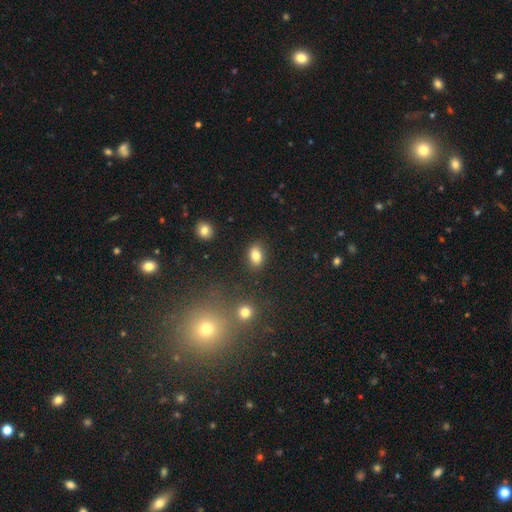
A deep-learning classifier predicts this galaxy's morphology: type=smooth (82%); roundness=in between (78%); merging=none (86%).